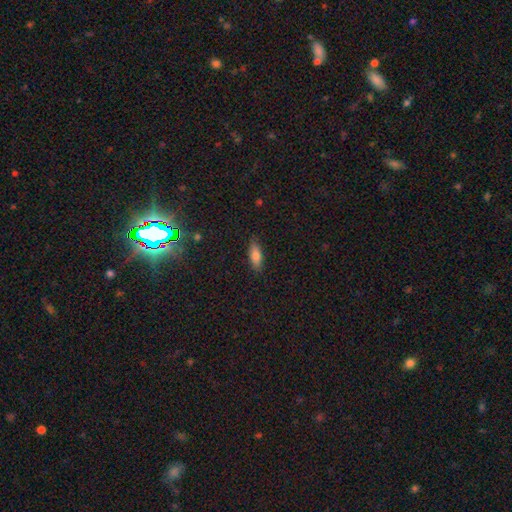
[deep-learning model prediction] Q: Smooth or featured?
A: smooth (79%); runner-up: featured or disk (13%)
Q: How rounded?
A: in between (73%); runner-up: cigar-shaped (24%)
Q: Merging?
A: none (86%); runner-up: minor disturbance (11%)